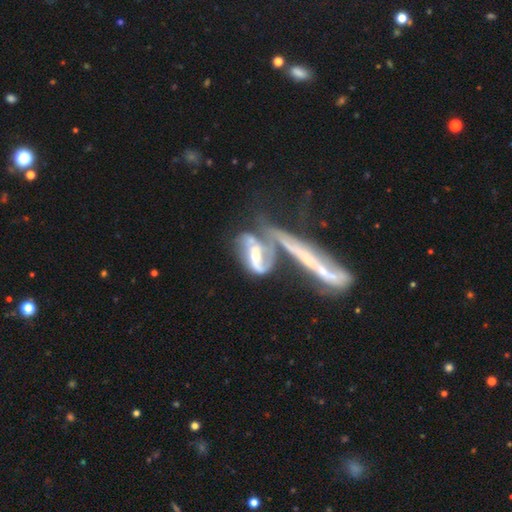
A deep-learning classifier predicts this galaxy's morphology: smooth_or_featured: featured or disk (p=0.69) [alt: smooth p=0.23]
disk_edge_on: no (p=0.83) [alt: yes p=0.17]
bar: no (p=0.45) [alt: weak p=0.29]
has_spiral_arms: yes (p=0.64) [alt: no p=0.36]
bulge_size: moderate (p=0.58) [alt: small p=0.21]
merging: merger (p=0.57) [alt: major disturbance p=0.19]